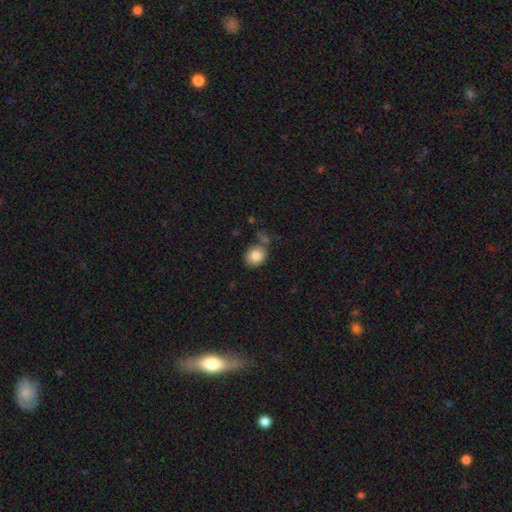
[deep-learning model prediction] The model was most divided on "how rounded": round: 73%, in between: 26%, cigar-shaped: 1%. More confident: smooth or featured — smooth (85%); merging — none (68%).